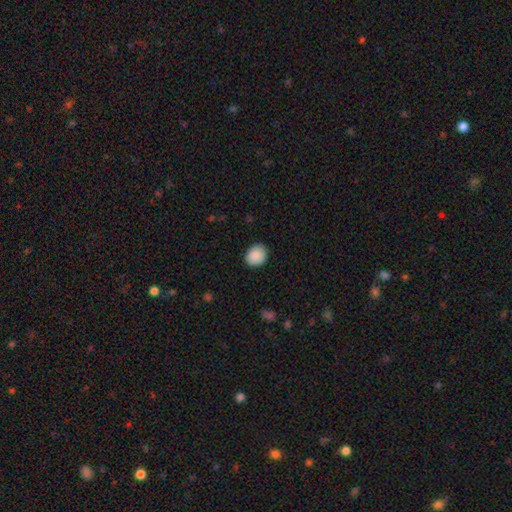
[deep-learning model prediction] Smooth or featured? Predicted: smooth (p=0.89). How rounded? Predicted: round (p=0.67). Merging? Predicted: none (p=0.87).